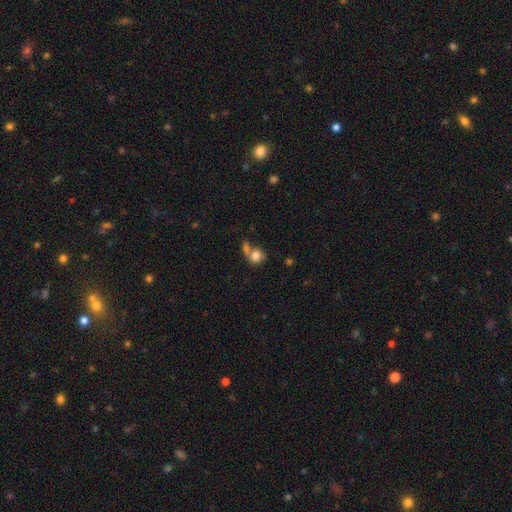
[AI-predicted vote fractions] Q: Smooth or featured?
A: smooth (78%); runner-up: featured or disk (12%)
Q: How rounded?
A: round (74%); runner-up: in between (25%)
Q: Merging?
A: merger (41%); runner-up: none (37%)